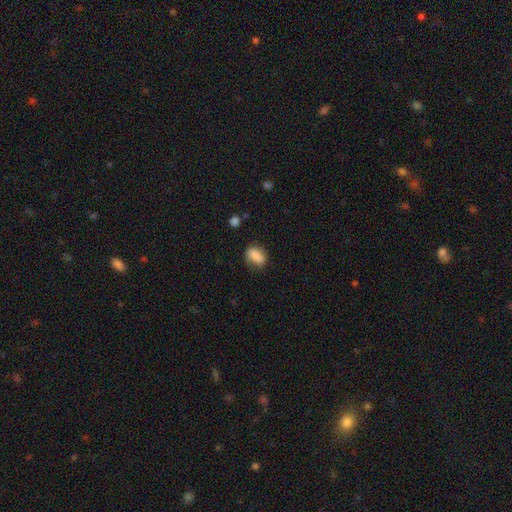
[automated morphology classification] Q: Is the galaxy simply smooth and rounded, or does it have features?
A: smooth — 86%.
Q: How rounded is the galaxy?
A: in between — 79%.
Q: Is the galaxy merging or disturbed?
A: none — 74%.